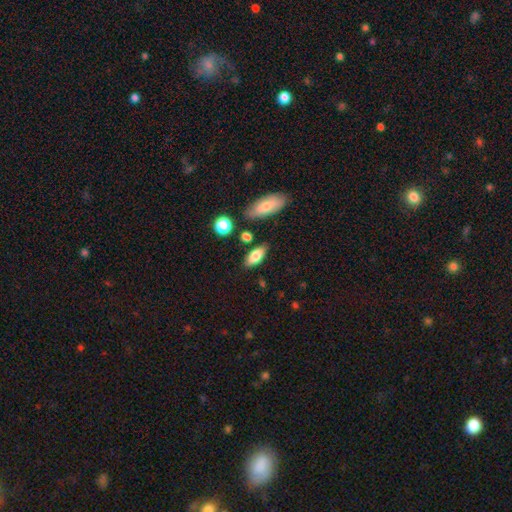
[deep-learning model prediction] Smooth or featured?
  - smooth: 79% *
  - featured or disk: 14%
  - star or artifact: 7%
How rounded?
  - in between: 84% *
  - cigar-shaped: 13%
  - round: 3%
Merging?
  - none: 79% *
  - minor disturbance: 13%
  - merger: 5%
  - major disturbance: 3%